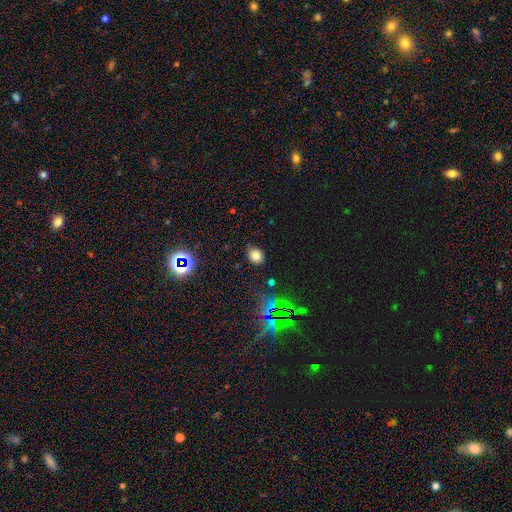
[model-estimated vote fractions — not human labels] A smooth galaxy with no disk features (73%) that is round (55%). Merging: none (81%).